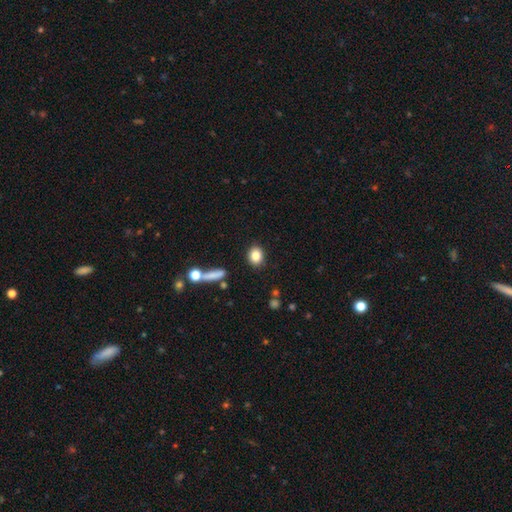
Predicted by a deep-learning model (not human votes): Overall: smooth (85%). How rounded: in between (49%; round 48%). Merging: none (87%).